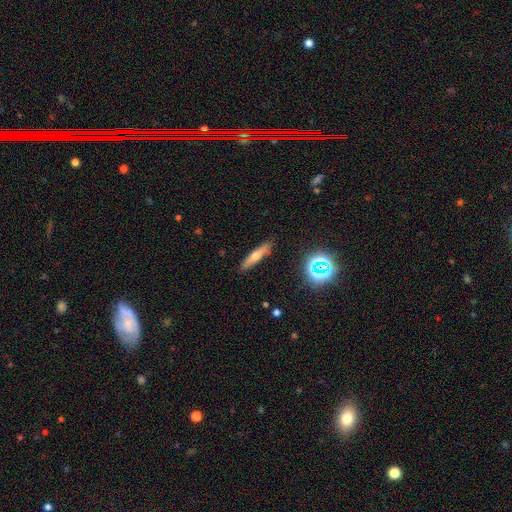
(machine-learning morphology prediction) A smooth galaxy with no disk features (48%). Merging: none (89%).